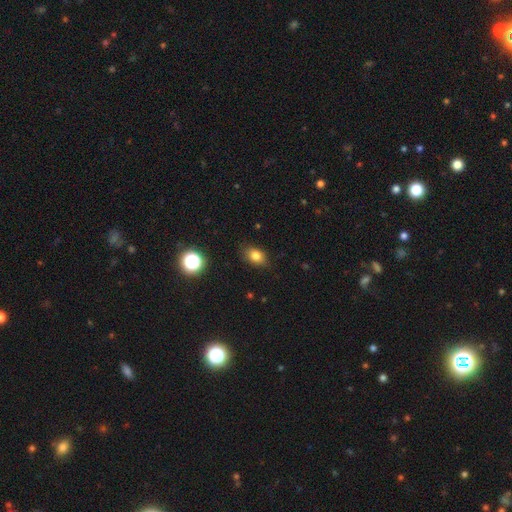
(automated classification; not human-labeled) smooth-or-featured: smooth: 81% | star or artifact: 12% | featured or disk: 7%
  how-rounded: in between: 74% | round: 25% | cigar-shaped: 2%
  merging: none: 80% | minor disturbance: 15% | major disturbance: 3% | merger: 1%